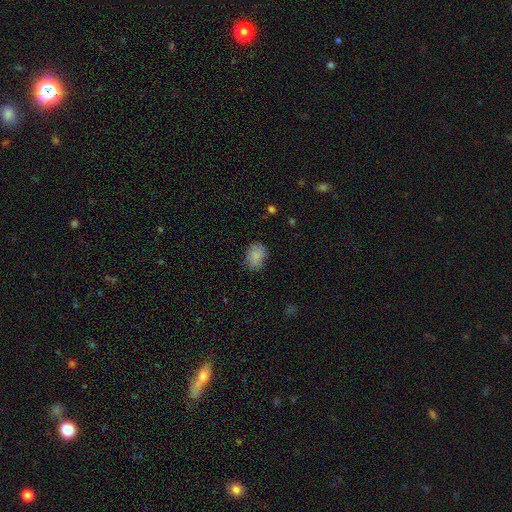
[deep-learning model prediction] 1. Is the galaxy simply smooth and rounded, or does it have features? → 85% smooth, 9% star or artifact, 7% featured or disk.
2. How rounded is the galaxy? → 67% in between, 32% round, 1% cigar-shaped.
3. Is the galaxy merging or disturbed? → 76% none, 19% minor disturbance, 4% major disturbance, 1% merger.